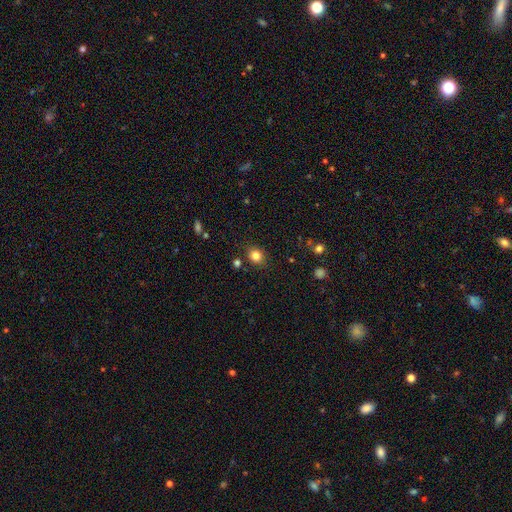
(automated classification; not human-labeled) Smooth or featured? smooth (82%)
How rounded? round (66%)
Merging? none (84%)